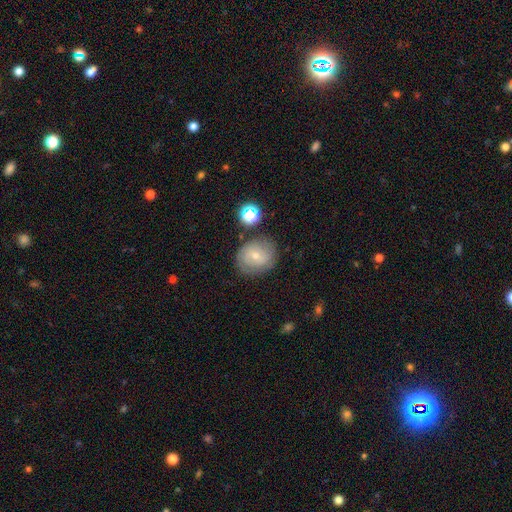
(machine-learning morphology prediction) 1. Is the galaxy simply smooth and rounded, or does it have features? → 47% smooth, 41% featured or disk, 12% star or artifact.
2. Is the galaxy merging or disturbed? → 75% none, 15% minor disturbance, 5% merger, 5% major disturbance.